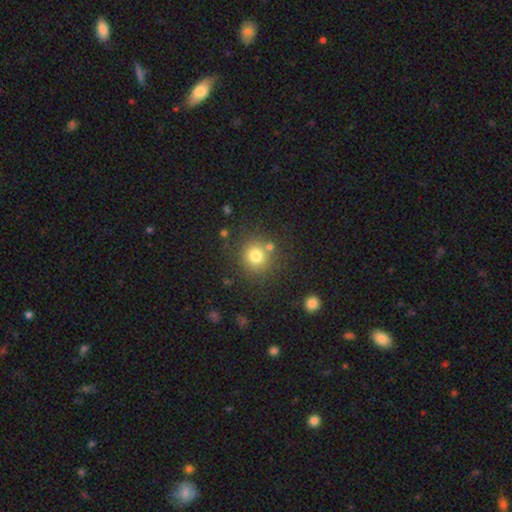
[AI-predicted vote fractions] Overall: smooth (77%). How rounded: round (91%). Merging: none (78%).